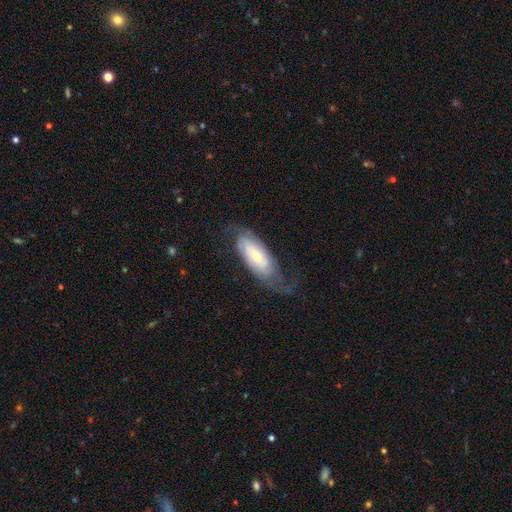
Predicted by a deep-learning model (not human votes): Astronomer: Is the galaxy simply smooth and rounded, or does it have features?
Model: featured or disk — 72%.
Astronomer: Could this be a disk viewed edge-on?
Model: no — 89%.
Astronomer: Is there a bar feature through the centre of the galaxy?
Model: no — 52% (runner-up: weak, 32%).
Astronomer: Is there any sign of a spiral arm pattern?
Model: yes — 90%.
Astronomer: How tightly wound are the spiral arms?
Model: medium — 38%, tied with tight at 38%.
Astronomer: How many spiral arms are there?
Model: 2 — 67%.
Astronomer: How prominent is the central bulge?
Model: small — 55% (runner-up: moderate, 37%).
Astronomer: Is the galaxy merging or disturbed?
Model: none — 62%.